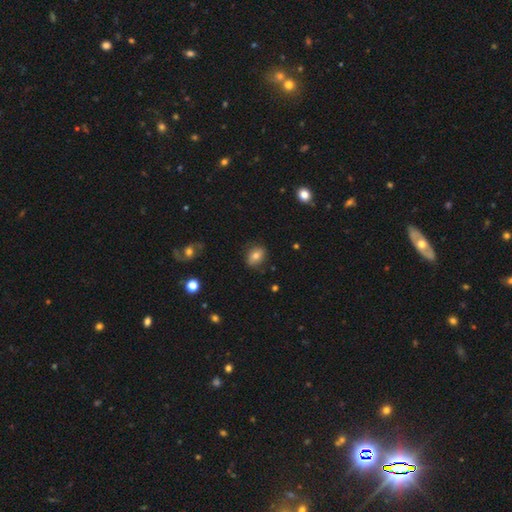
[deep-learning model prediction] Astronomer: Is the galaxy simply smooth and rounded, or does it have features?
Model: smooth — 73%.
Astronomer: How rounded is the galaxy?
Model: in between — 67%.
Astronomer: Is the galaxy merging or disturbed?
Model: none — 81%.